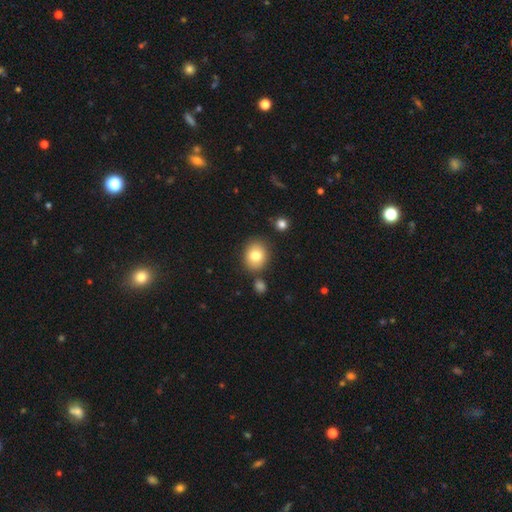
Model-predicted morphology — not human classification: This appears to be a smooth galaxy with no disk features (79%) that is round (63%). Merging: none (79%).